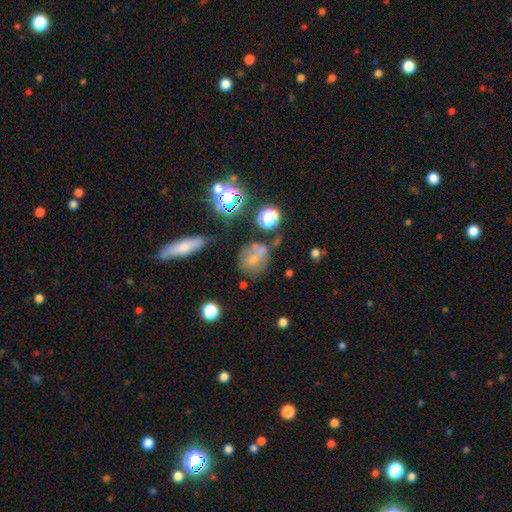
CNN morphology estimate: Smooth or featured?
  - smooth: 54% *
  - star or artifact: 24%
  - featured or disk: 23%
How rounded?
  - round: 72% *
  - in between: 26%
  - cigar-shaped: 2%
Merging?
  - none: 58% *
  - minor disturbance: 18%
  - merger: 14%
  - major disturbance: 9%